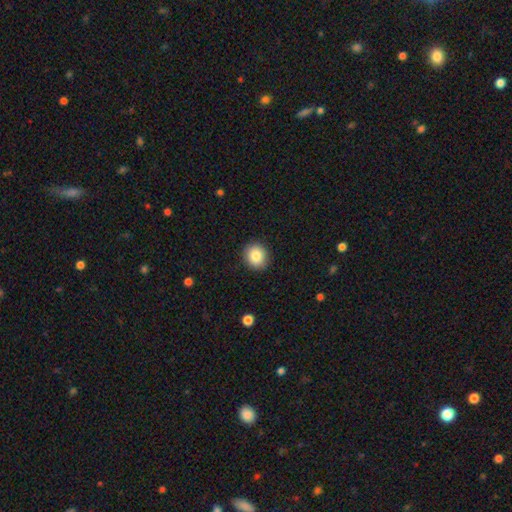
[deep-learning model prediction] The model was most divided on "how rounded": round: 80%, in between: 19%, cigar-shaped: 1%. More confident: merging — none (91%); smooth or featured — smooth (86%).